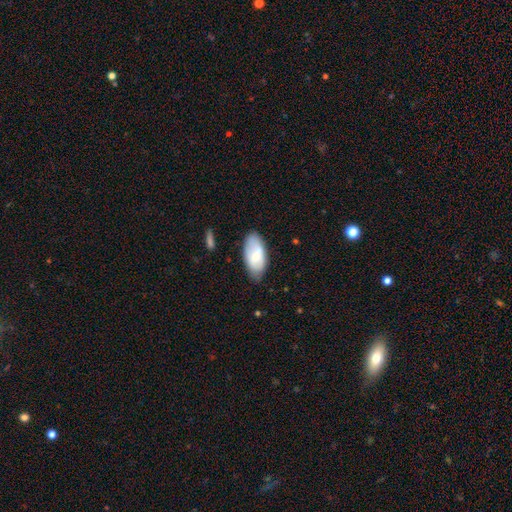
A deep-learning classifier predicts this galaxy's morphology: The model was most divided on "smooth or featured": smooth: 66%, featured or disk: 27%, star or artifact: 6%. More confident: how rounded — in between (93%); merging — none (69%).